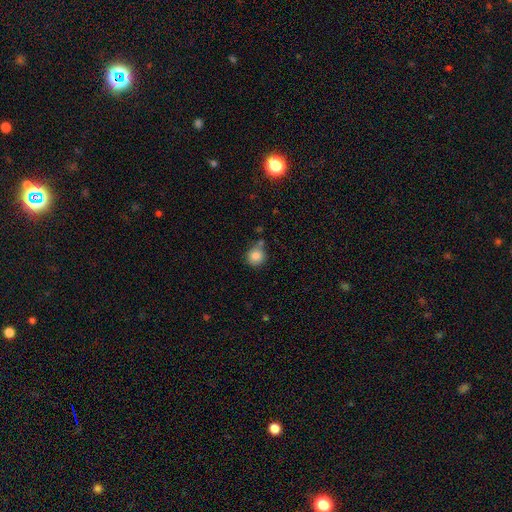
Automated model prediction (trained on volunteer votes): smooth_or_featured: smooth (p=0.84) [alt: star or artifact p=0.10]
how_rounded: round (p=0.87) [alt: in between p=0.12]
merging: none (p=0.67) [alt: minor disturbance p=0.18]